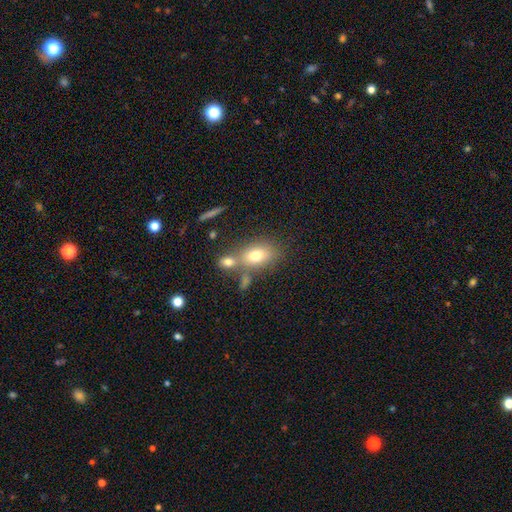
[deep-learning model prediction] Smooth or featured: smooth — 74% (featured or disk — 16%)
How rounded: in between — 79% (round — 18%)
Merging: none — 51% (merger — 30%)